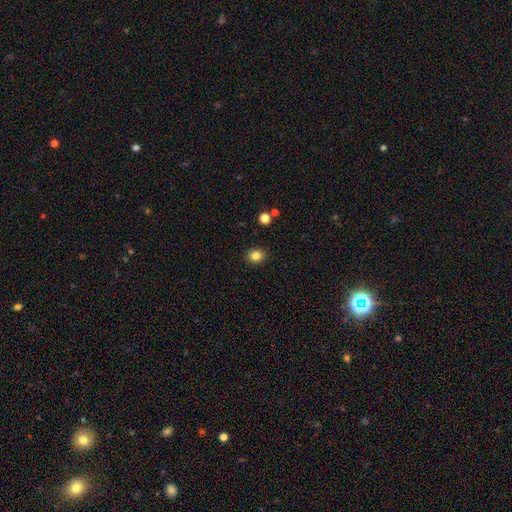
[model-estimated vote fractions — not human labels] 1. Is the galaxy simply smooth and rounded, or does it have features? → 84% smooth, 11% star or artifact, 5% featured or disk.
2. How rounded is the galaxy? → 66% round, 33% in between, 1% cigar-shaped.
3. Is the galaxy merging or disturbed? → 90% none, 7% minor disturbance, 2% major disturbance, 1% merger.